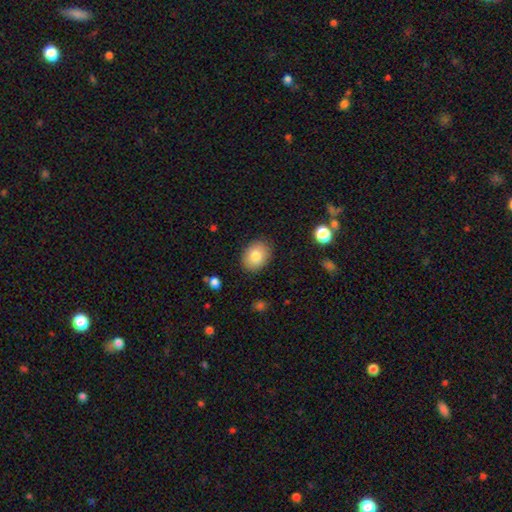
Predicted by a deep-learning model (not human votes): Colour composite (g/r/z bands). It shows a smooth galaxy with no disk features (82%) that is in between round and cigar-shaped (67%). Merging: none (87%).